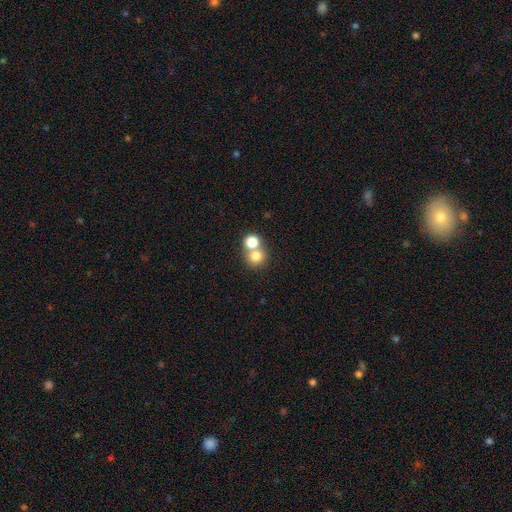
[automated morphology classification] Smooth or featured: smooth — 77% (star or artifact — 12%)
How rounded: round — 86% (in between — 13%)
Merging: merger — 50% (none — 43%)